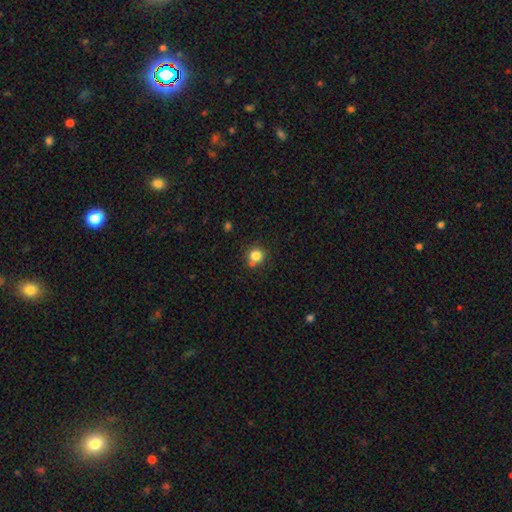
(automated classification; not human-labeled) smooth-or-featured: smooth: 83% | star or artifact: 11% | featured or disk: 6%
  how-rounded: round: 90% | in between: 9% | cigar-shaped: 1%
  merging: none: 71% | merger: 14% | minor disturbance: 12% | major disturbance: 3%